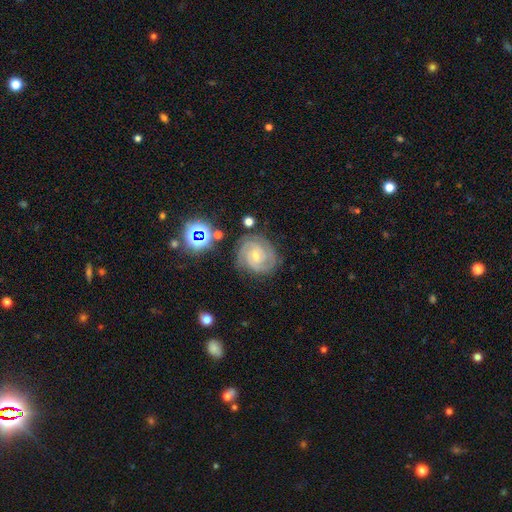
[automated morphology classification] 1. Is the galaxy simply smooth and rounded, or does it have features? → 85% featured or disk, 8% star or artifact, 6% smooth.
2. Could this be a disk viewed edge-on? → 98% no, 2% yes.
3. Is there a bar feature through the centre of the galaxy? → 62% no, 29% weak, 9% strong.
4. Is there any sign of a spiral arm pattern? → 98% yes, 2% no.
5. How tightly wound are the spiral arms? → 74% tight, 23% medium, 3% loose.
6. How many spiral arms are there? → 36% 3, 35% 2, 12% can't tell, 9% 4, 4% 1, 4% more than 4.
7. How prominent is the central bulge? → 63% small, 34% moderate, 1% none, 1% large, 1% dominant.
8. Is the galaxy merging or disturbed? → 78% none, 15% minor disturbance, 4% major disturbance, 2% merger.